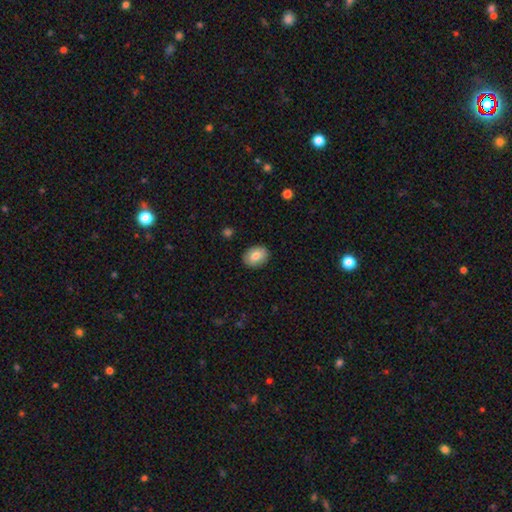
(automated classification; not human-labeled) A smooth galaxy with no disk features (81%) that is in between round and cigar-shaped (66%).

Vote fractions:
- Smooth or featured? smooth: 81% / featured or disk: 12% / star or artifact: 7%
- How rounded? in between: 66% / round: 33% / cigar-shaped: 1%
- Merging? none: 88% / minor disturbance: 9% / major disturbance: 2% / merger: 1%